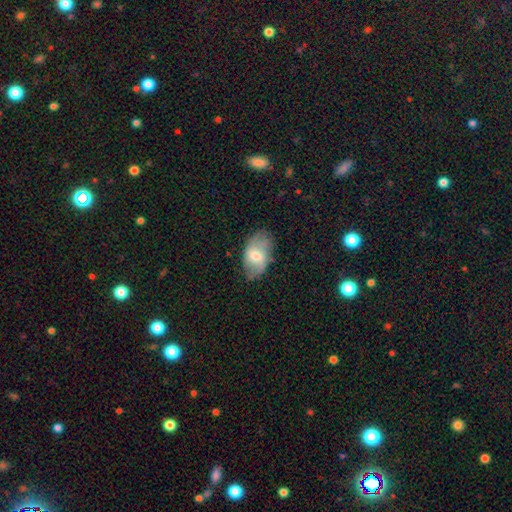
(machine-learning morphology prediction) A smooth galaxy with no disk features (46%, tied with featured or disk). Merging: none (71%).